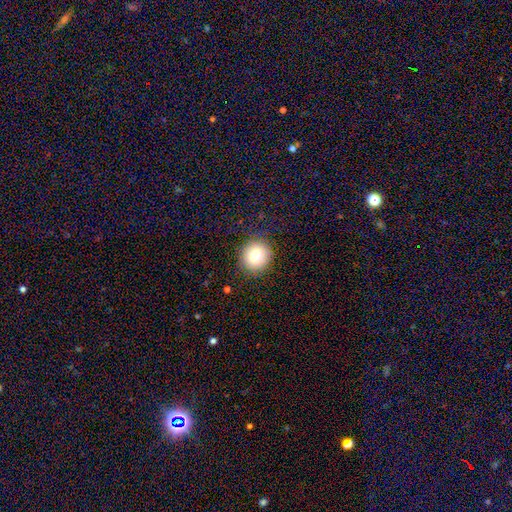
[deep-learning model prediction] A smooth galaxy with no disk features (77%) that is round (91%). Merging: none (88%).